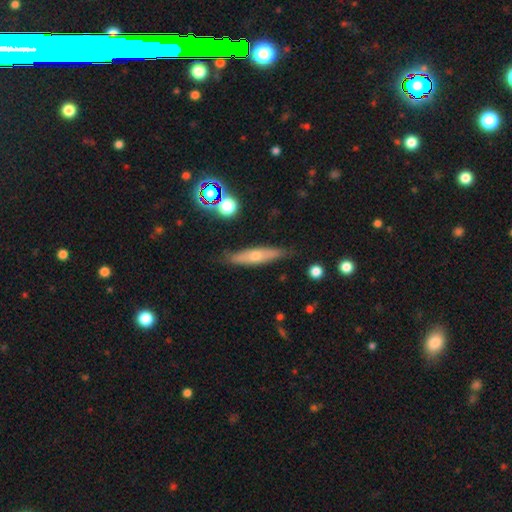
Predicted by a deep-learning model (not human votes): Smooth or featured? Predicted: smooth (p=0.46). Merging? Predicted: none (p=0.83).